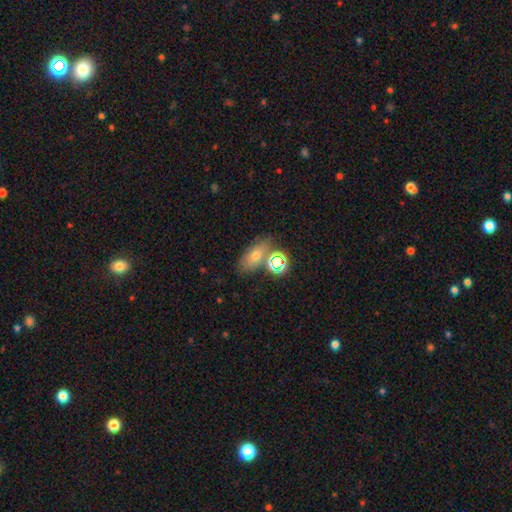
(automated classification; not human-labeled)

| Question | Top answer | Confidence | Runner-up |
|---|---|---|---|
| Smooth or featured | smooth | 58% | star or artifact (23%) |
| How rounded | in between | 72% | round (18%) |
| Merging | none | 67% | merger (15%) |